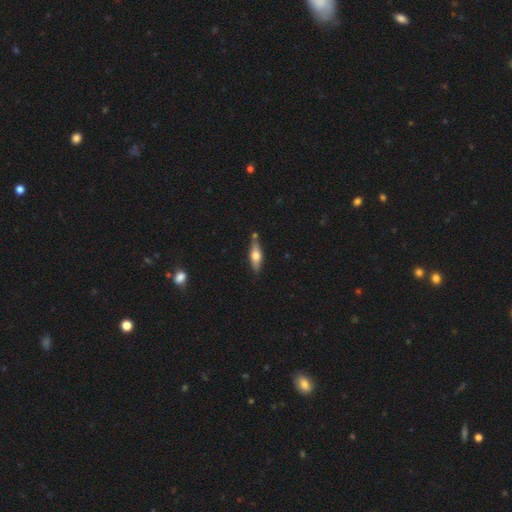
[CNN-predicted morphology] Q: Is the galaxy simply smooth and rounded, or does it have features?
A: smooth — 56%.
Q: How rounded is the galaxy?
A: cigar-shaped — 50%.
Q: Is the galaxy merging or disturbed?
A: none — 76%.